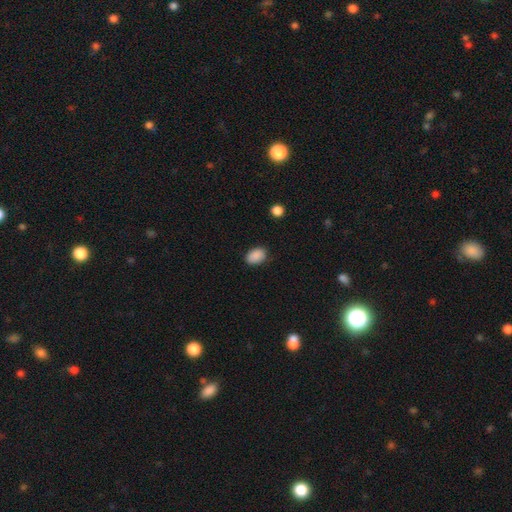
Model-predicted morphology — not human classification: A smooth galaxy with no disk features (89%) that is in between round and cigar-shaped (85%). Merging: none (85%).